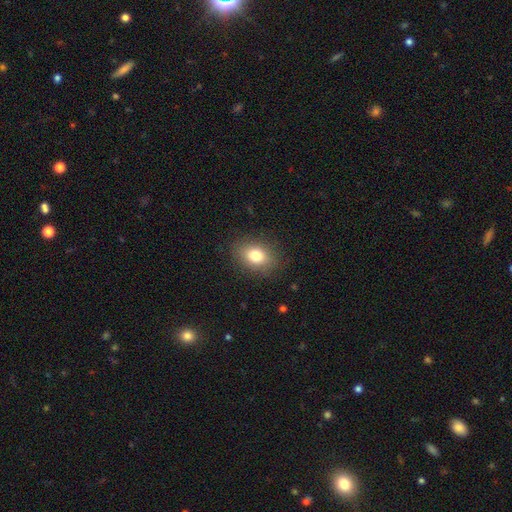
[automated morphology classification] smooth 79%, featured or disk 11%, star or artifact 11%. Down the decision tree: how rounded — in between (68%); merging — none (86%).